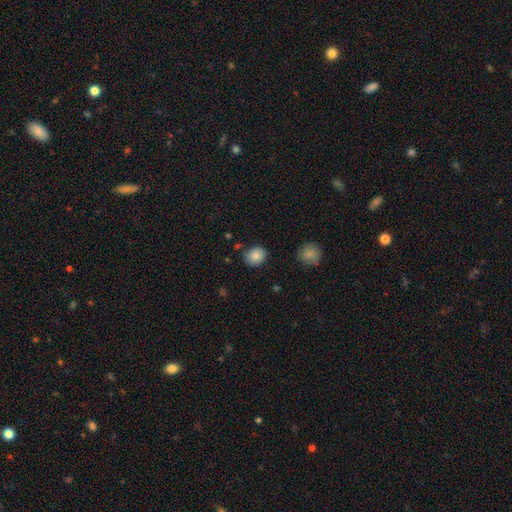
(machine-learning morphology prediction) Smooth or featured? smooth (85%)
How rounded? round (57%)
Merging? none (81%)